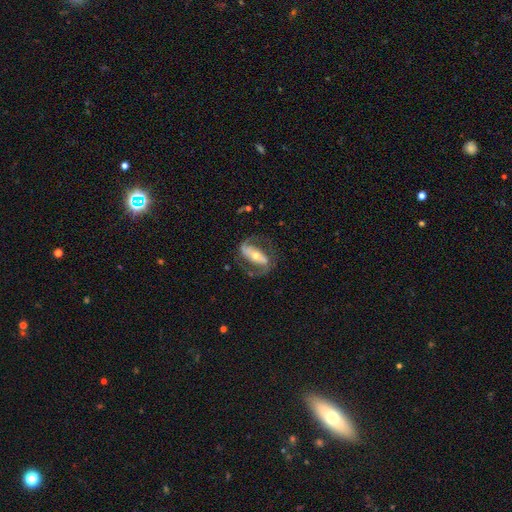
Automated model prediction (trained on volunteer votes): This appears to be a featured or disk galaxy (85%) with a strong bar (55%), 2 (89%) medium (52%) spiral arms (93%) and a moderate central bulge (51%). Merging: none (72%).